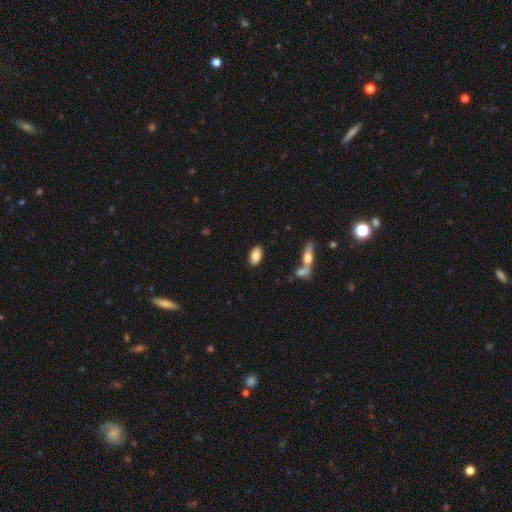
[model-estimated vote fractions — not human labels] smooth_or_featured: smooth (p=0.83) [alt: featured or disk p=0.10]
how_rounded: in between (p=0.93) [alt: round p=0.04]
merging: none (p=0.84) [alt: minor disturbance p=0.09]